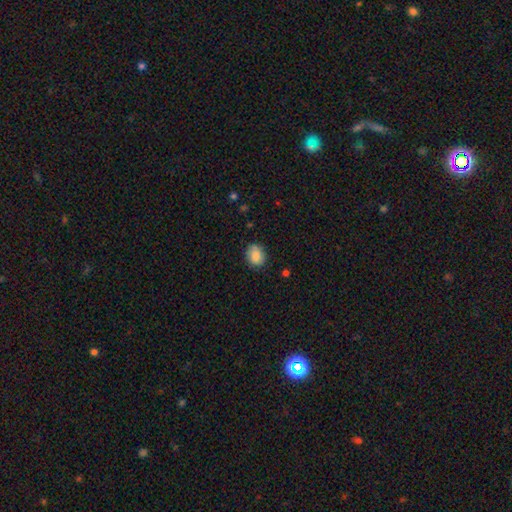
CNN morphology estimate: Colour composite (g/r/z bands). It shows a smooth galaxy with no disk features (86%) that is round (52%). Merging: none (81%).